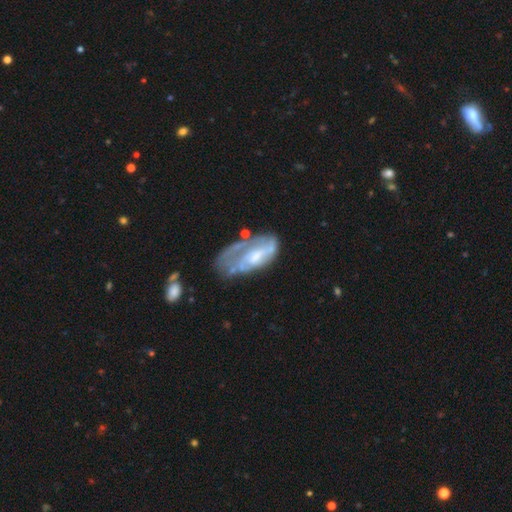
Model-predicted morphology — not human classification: This appears to be a featured or disk galaxy (68%) with no bar (54%), spiral arms (67%) and a moderate central bulge (39%). Merging: none (36%).